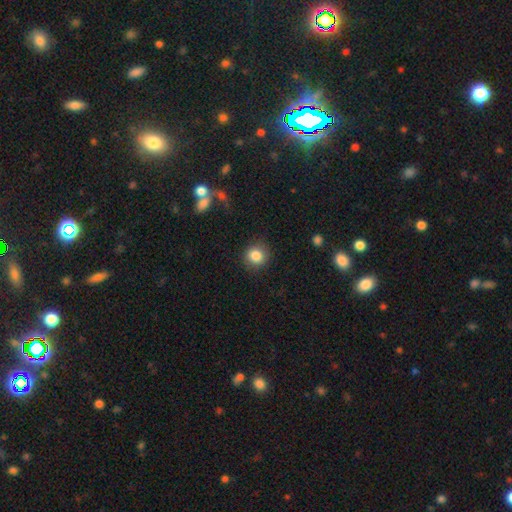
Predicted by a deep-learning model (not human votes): This is clearly a smooth galaxy (84%). How rounded: clearly round (86%). Merging: clearly none (85%).